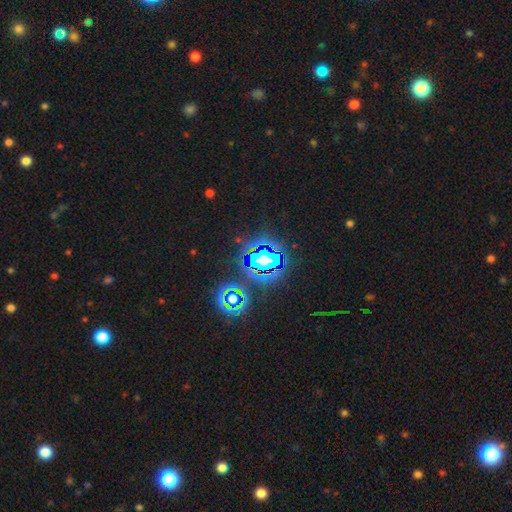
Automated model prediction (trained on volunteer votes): This is clearly a star or artifact rather than a galaxy (81%).